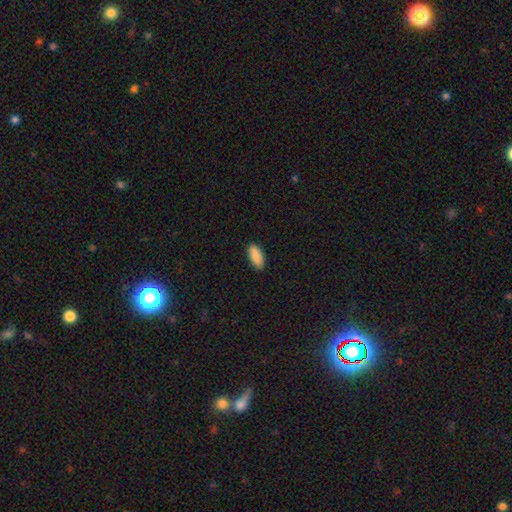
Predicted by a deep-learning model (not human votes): Smooth or featured: smooth — 89% (star or artifact — 6%)
How rounded: in between — 86% (cigar-shaped — 12%)
Merging: none — 89% (minor disturbance — 9%)